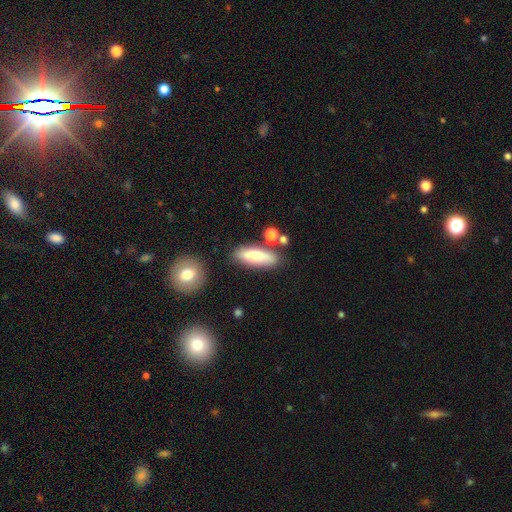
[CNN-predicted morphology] Smooth or featured: smooth — 79% (featured or disk — 15%)
How rounded: in between — 54% (cigar-shaped — 43%)
Merging: none — 76% (minor disturbance — 13%)